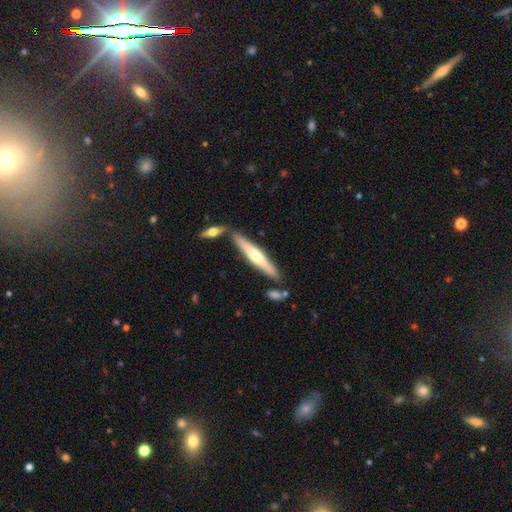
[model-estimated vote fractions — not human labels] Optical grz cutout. It shows a featured or disk galaxy (50%) viewed edge-on (94%). Merging: none (75%).